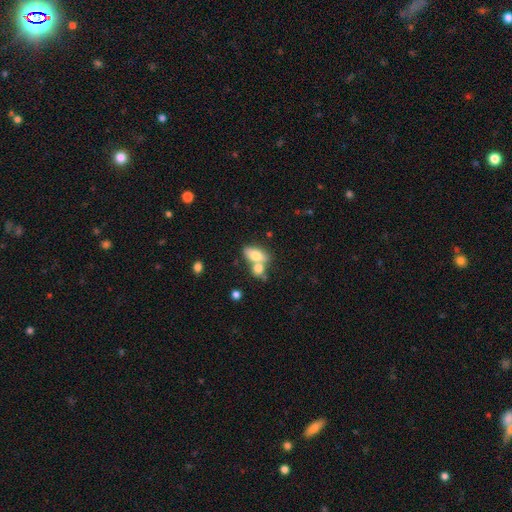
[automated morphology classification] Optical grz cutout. It shows a smooth galaxy with no disk features (73%) that is in between round and cigar-shaped (84%). Merging: merger (54%).